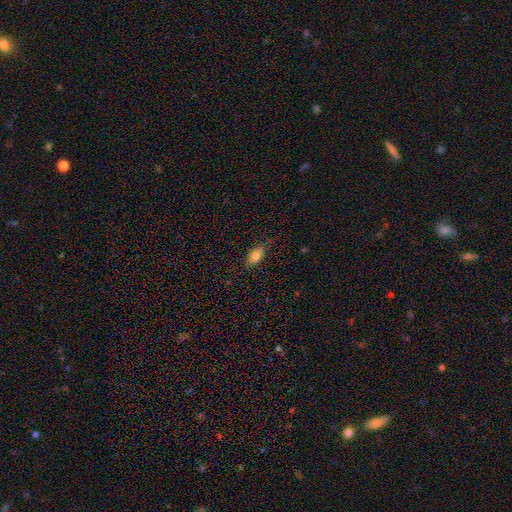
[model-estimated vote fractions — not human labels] smooth-or-featured: smooth: 80% | featured or disk: 11% | star or artifact: 9%
  how-rounded: in between: 86% | cigar-shaped: 8% | round: 5%
  merging: none: 77% | minor disturbance: 18% | major disturbance: 4% | merger: 1%